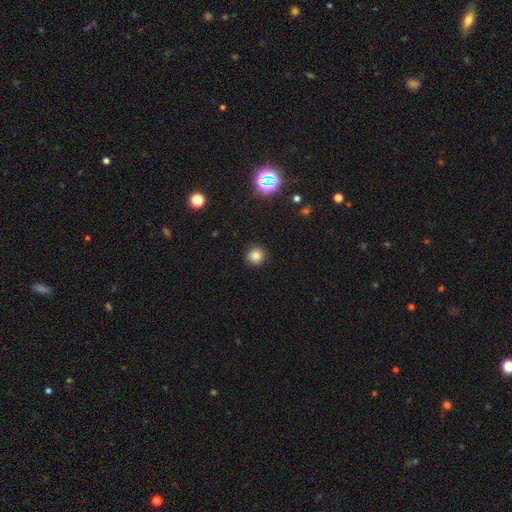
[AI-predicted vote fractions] smooth-or-featured: smooth: 81% | star or artifact: 14% | featured or disk: 5%
  how-rounded: round: 92% | in between: 7% | cigar-shaped: 1%
  merging: none: 90% | minor disturbance: 7% | major disturbance: 2% | merger: 1%